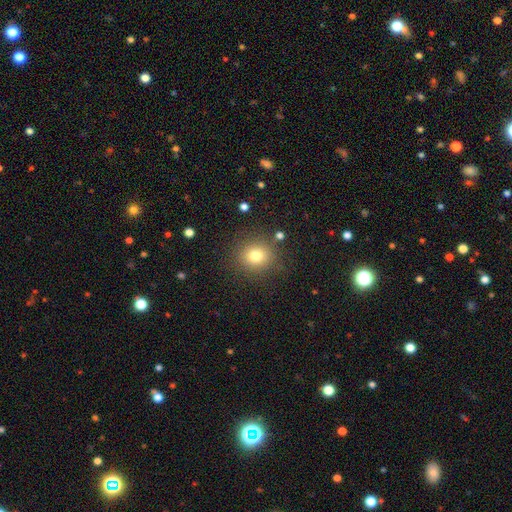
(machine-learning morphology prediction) smooth-or-featured: smooth: 77% | star or artifact: 14% | featured or disk: 9%
  how-rounded: round: 86% | in between: 13% | cigar-shaped: 1%
  merging: none: 85% | minor disturbance: 9% | major disturbance: 4% | merger: 2%